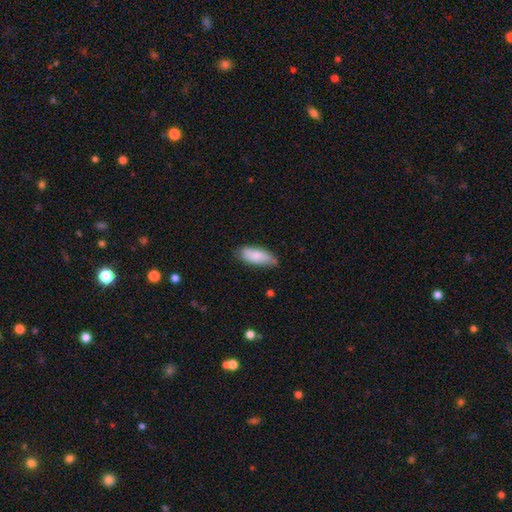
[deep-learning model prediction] Q: Smooth or featured?
A: smooth (77%); runner-up: featured or disk (17%)
Q: How rounded?
A: in between (76%); runner-up: cigar-shaped (22%)
Q: Merging?
A: none (73%); runner-up: minor disturbance (22%)